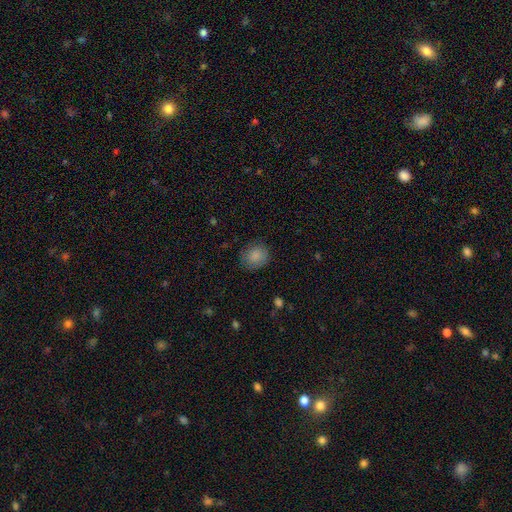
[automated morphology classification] smooth 85%, star or artifact 8%, featured or disk 7%. Down the decision tree: how rounded — round (75%); merging — none (80%).